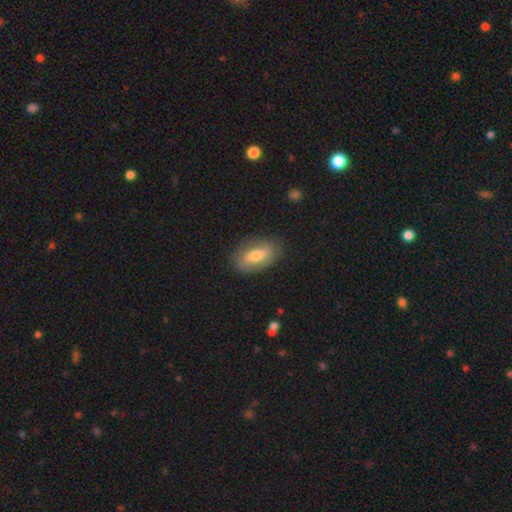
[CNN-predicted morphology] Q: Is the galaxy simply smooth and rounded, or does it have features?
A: smooth — 59%.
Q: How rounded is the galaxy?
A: in between — 87%.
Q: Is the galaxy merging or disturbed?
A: none — 80%.